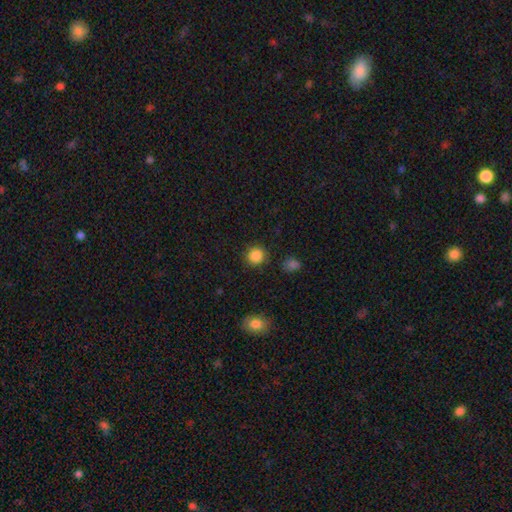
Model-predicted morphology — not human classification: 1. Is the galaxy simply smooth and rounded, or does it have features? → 86% smooth, 11% star or artifact, 3% featured or disk.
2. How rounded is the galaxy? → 93% round, 6% in between, 1% cigar-shaped.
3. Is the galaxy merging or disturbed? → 89% none, 6% minor disturbance, 2% major disturbance, 2% merger.